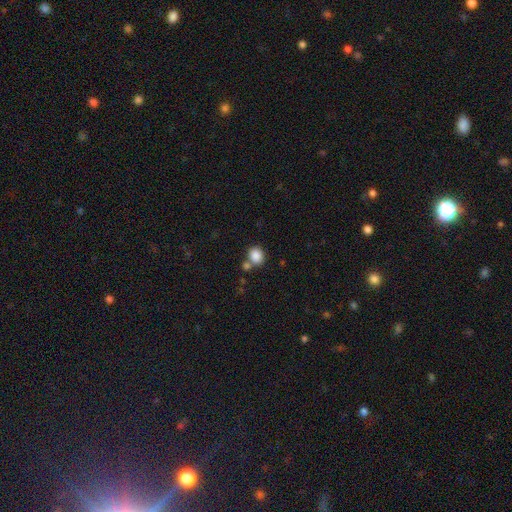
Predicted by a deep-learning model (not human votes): The model was most divided on "merging": none: 60%, merger: 25%, minor disturbance: 11%, major disturbance: 4%. More confident: smooth or featured — smooth (86%); how rounded — round (69%).